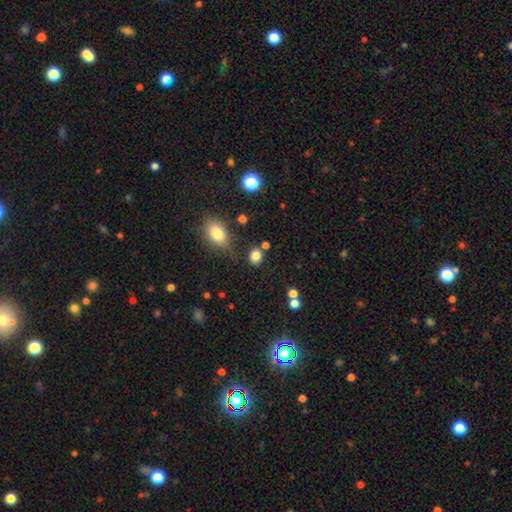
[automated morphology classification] Smooth or featured? smooth (82%)
How rounded? in between (54%)
Merging? none (73%)